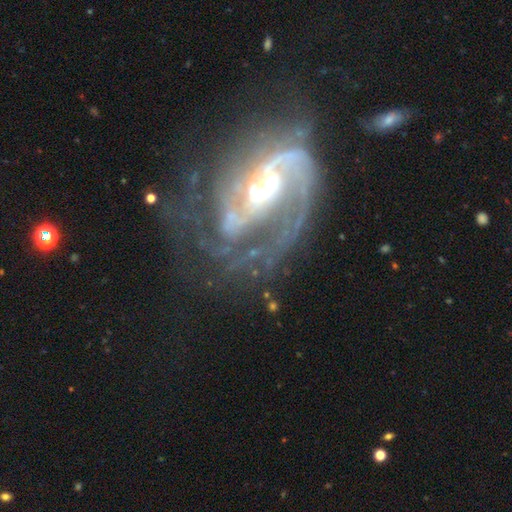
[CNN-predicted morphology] This appears to be a featured or disk galaxy (89%) with a weak bar (43%), 2 (49%) medium (46%) spiral arms (96%) and a moderate central bulge (55%). Merging: none (44%).